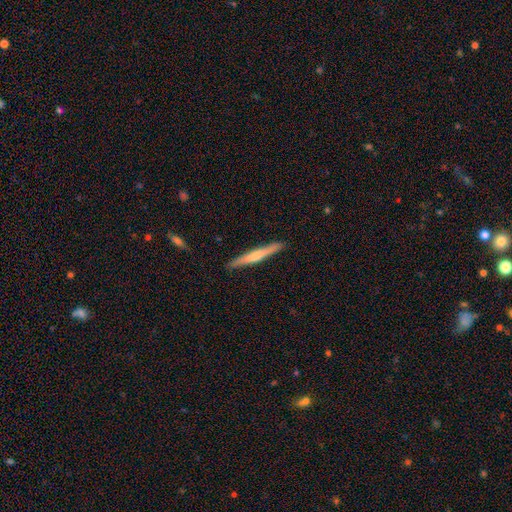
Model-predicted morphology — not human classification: smooth 51%, featured or disk 44%, star or artifact 5%. Down the decision tree: how rounded — cigar-shaped (96%); merging — none (90%).